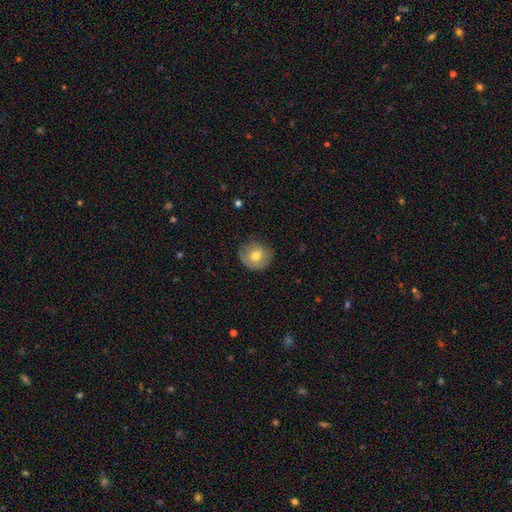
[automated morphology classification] Q: Smooth or featured?
A: smooth (66%); runner-up: featured or disk (26%)
Q: How rounded?
A: round (87%); runner-up: in between (12%)
Q: Merging?
A: none (73%); runner-up: minor disturbance (20%)